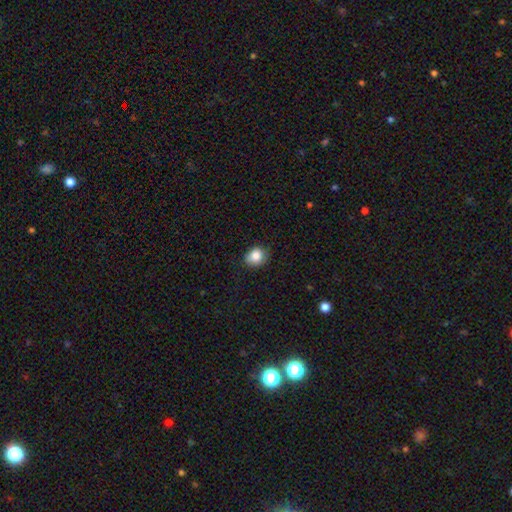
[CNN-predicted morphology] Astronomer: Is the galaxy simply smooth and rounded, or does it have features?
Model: smooth — 83%.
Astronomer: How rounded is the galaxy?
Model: round — 62%.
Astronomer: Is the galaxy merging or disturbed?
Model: none — 77%.